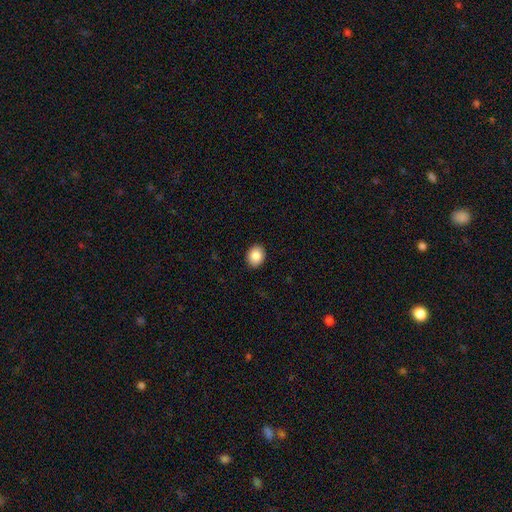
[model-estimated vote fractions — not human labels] Smooth or featured: smooth — 88% (star or artifact — 8%)
How rounded: round — 51% (in between — 48%)
Merging: none — 91% (minor disturbance — 7%)